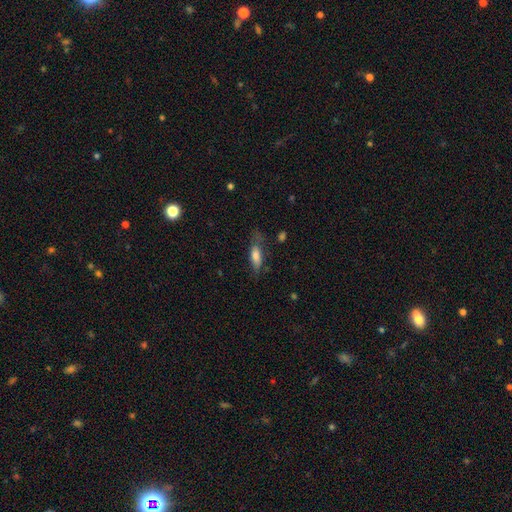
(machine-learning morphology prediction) Smooth or featured? Predicted: smooth (p=0.73). How rounded? Predicted: in between (p=0.62). Merging? Predicted: none (p=0.55).